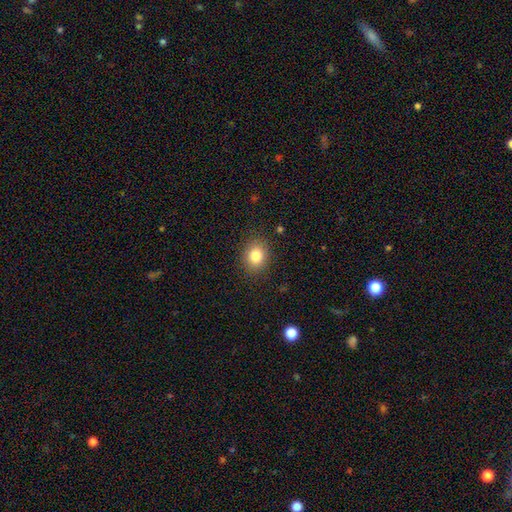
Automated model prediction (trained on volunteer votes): The model was most divided on "how rounded": round: 62%, in between: 38%, cigar-shaped: 1%. More confident: merging — none (88%); smooth or featured — smooth (82%).